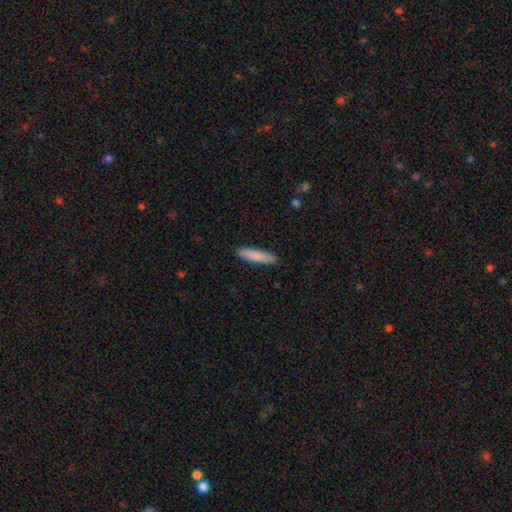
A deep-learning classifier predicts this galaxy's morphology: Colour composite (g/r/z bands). It shows a smooth galaxy with no disk features (84%) that is cigar-shaped (88%). Merging: none (90%).